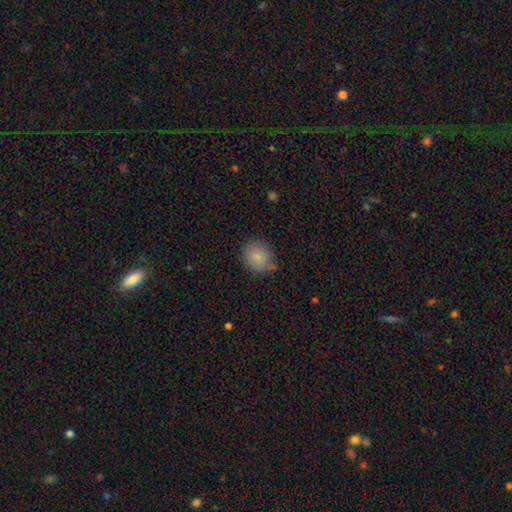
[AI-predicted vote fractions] This appears to be a smooth galaxy with no disk features (84%) that is round (67%). Merging: none (76%).